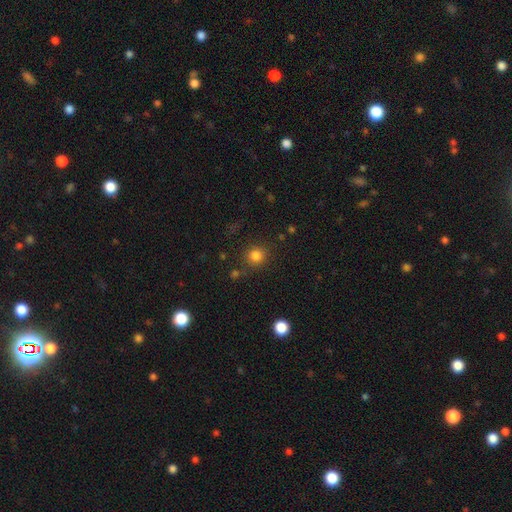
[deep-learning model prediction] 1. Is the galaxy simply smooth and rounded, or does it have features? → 81% smooth, 14% star or artifact, 5% featured or disk.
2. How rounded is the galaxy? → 90% round, 9% in between, 1% cigar-shaped.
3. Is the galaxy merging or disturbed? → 83% none, 9% minor disturbance, 4% major disturbance, 4% merger.